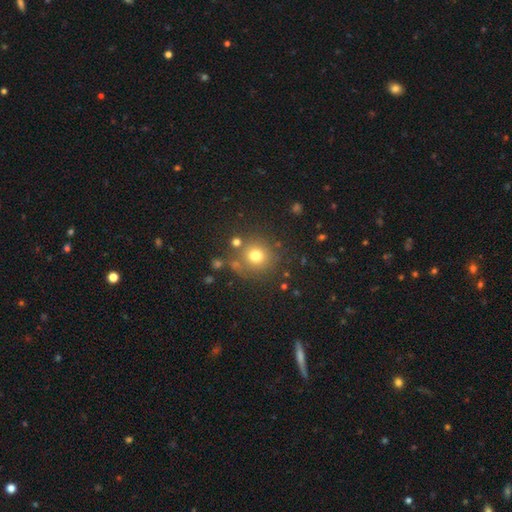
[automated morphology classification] smooth-or-featured: smooth: 74% | star or artifact: 16% | featured or disk: 10%
  how-rounded: round: 92% | in between: 7% | cigar-shaped: 1%
  merging: none: 79% | minor disturbance: 10% | merger: 7% | major disturbance: 4%